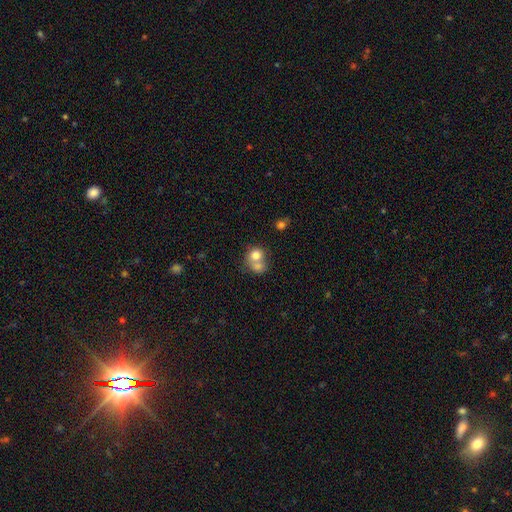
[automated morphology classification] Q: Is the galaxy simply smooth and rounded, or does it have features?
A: smooth — 73%.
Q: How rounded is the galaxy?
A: round — 70%.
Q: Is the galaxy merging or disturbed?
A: merger — 63%.